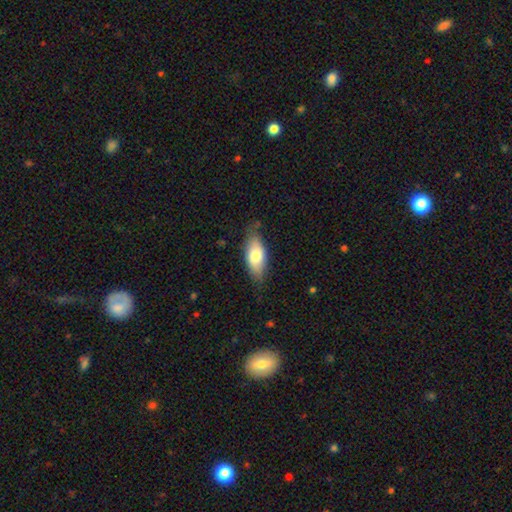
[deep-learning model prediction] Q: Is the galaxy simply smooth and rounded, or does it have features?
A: smooth — 75%.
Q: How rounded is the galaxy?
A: in between — 85%.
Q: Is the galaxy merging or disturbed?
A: none — 74%.